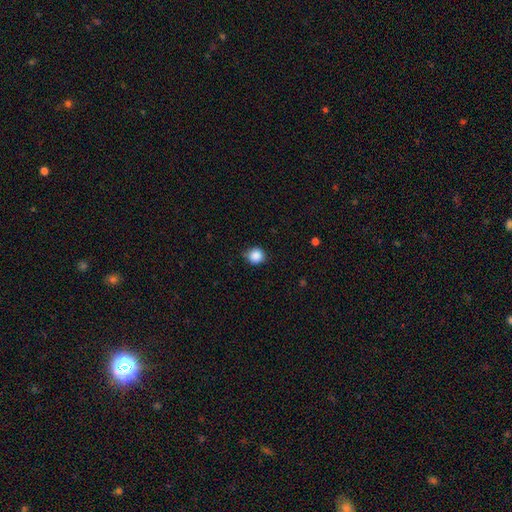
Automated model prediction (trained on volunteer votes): A smooth galaxy with no disk features (88%) that is round (91%).

Vote fractions:
- Smooth or featured? smooth: 88% / star or artifact: 10% / featured or disk: 3%
- How rounded? round: 91% / in between: 8% / cigar-shaped: 1%
- Merging? none: 82% / minor disturbance: 14% / major disturbance: 3% / merger: 1%